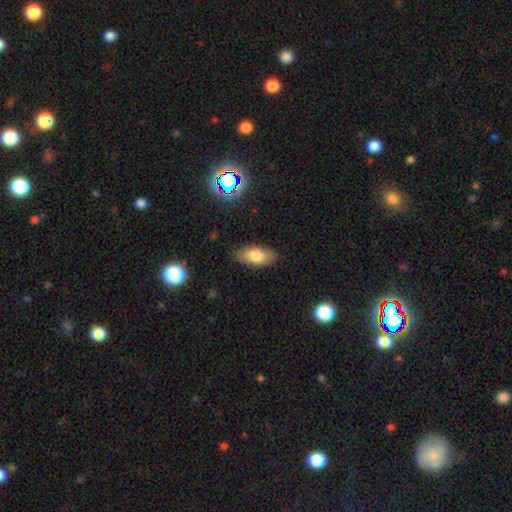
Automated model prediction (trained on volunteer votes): smooth 80%, featured or disk 13%, star or artifact 8%. Down the decision tree: how rounded — in between (87%); merging — none (85%).